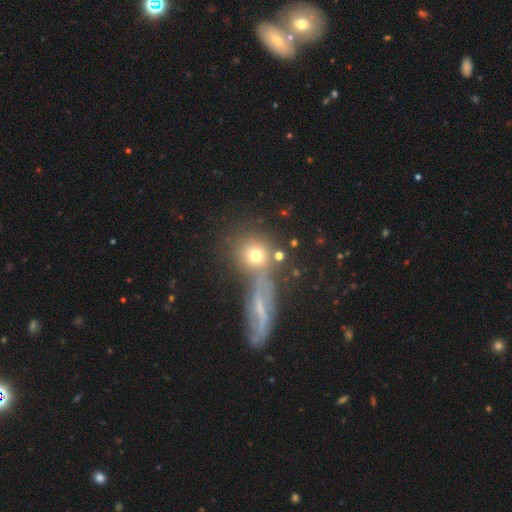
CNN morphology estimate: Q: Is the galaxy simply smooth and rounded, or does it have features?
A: smooth — 61%.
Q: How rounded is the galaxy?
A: round — 80%.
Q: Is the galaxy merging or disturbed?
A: none — 58%.